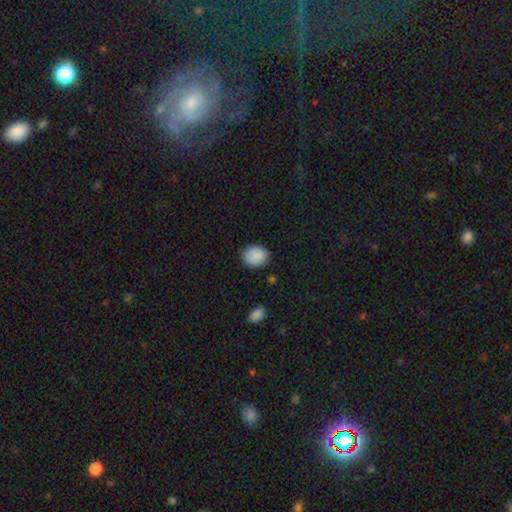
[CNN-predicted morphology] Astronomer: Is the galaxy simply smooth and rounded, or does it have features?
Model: smooth — 89%.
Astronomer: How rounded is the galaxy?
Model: round — 54% (runner-up: in between, 45%).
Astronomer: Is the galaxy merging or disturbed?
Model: none — 83%.